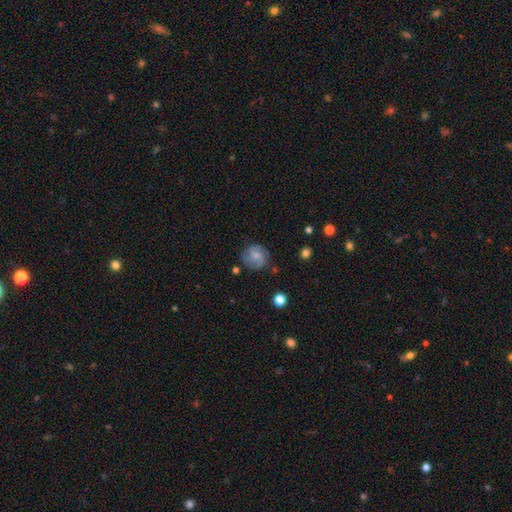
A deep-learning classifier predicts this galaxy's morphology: Smooth or featured? smooth (47%)
Merging? none (70%)